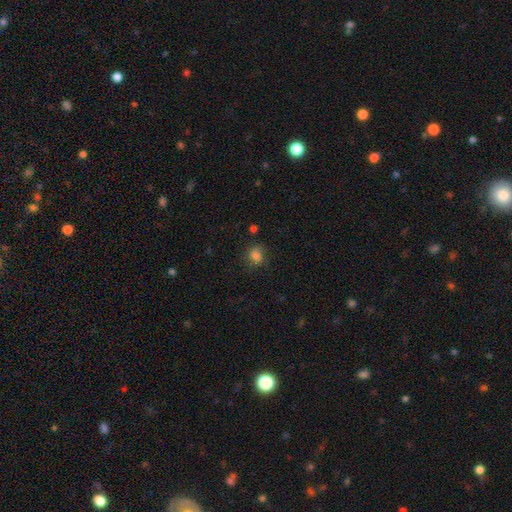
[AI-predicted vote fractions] smooth_or_featured: smooth (p=0.78) [alt: star or artifact p=0.14]
how_rounded: round (p=0.53) [alt: in between p=0.46]
merging: none (p=0.67) [alt: minor disturbance p=0.22]